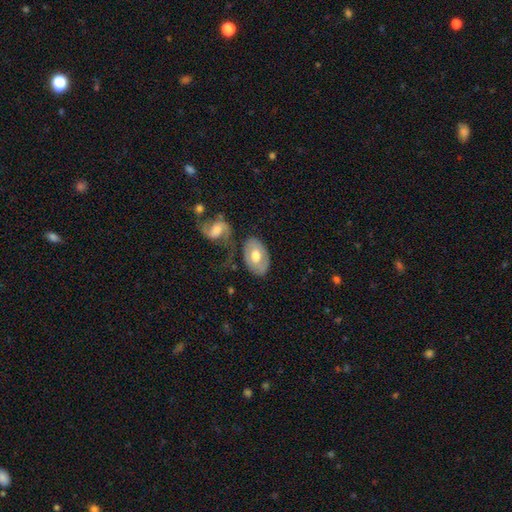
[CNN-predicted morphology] This appears to be a smooth galaxy with no disk features (49%). Merging: none (54%).